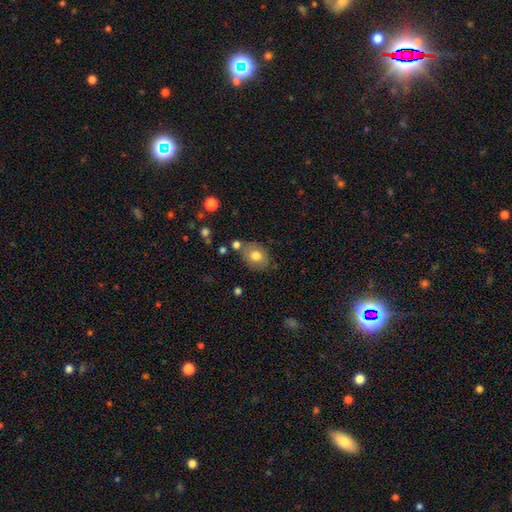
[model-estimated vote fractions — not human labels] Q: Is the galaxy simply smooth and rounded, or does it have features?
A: smooth — 77%.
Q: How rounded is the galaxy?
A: in between — 56%.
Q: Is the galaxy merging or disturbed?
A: none — 73%.